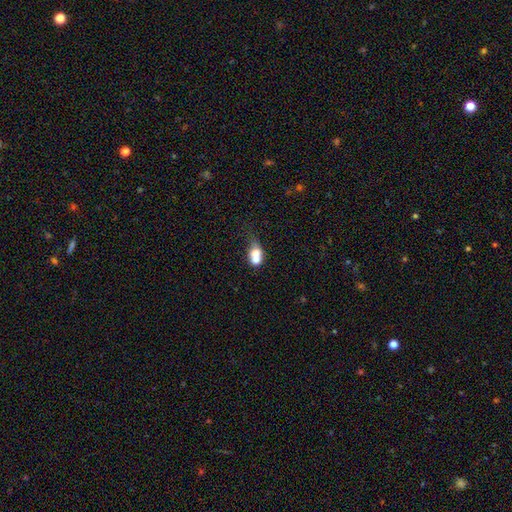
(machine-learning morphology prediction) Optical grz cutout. It shows a smooth galaxy with no disk features (65%) that is in between round and cigar-shaped (54%). Merging: merger (61%).